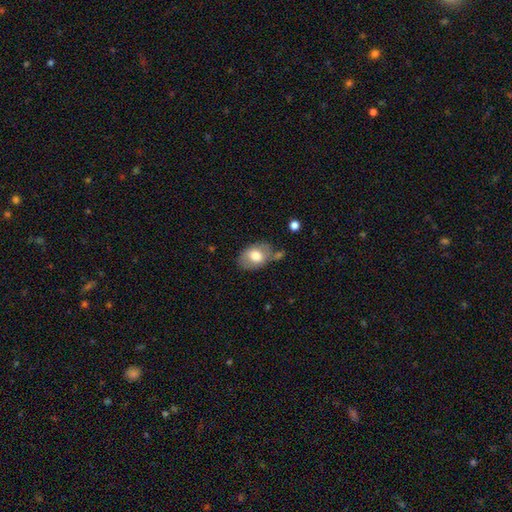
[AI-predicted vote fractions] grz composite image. It shows a smooth galaxy with no disk features (71%) that is in between round and cigar-shaped (79%). Merging: none (60%).